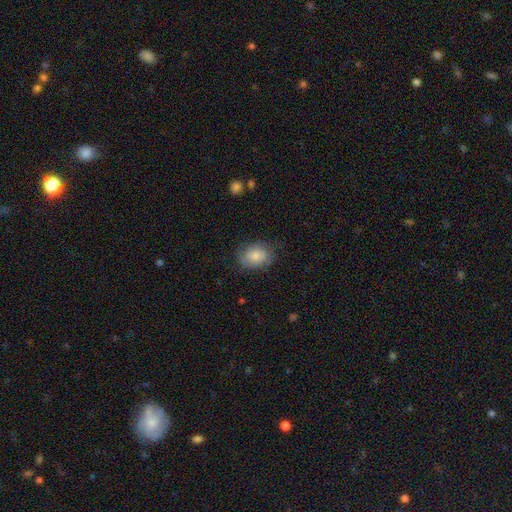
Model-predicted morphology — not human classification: Smooth or featured? Predicted: smooth (p=0.78). How rounded? Predicted: in between (p=0.64). Merging? Predicted: none (p=0.71).